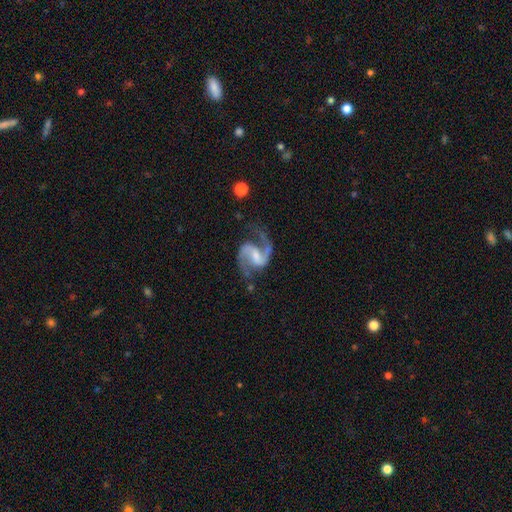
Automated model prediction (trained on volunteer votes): This appears to be a featured or disk galaxy (91%) with a weak bar (51%), 2 (92%) medium (56%) spiral arms (98%) and a small central bulge (35%). Merging: none (68%).